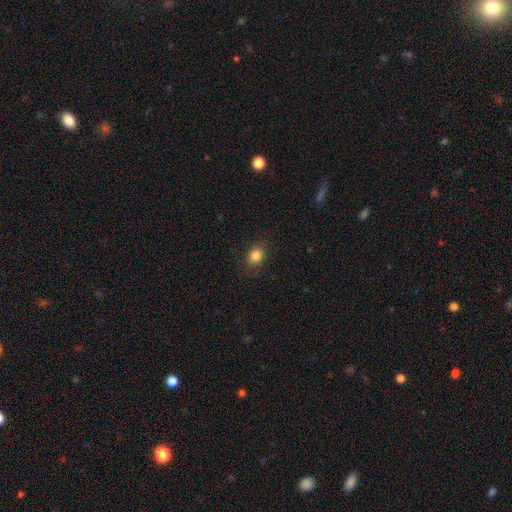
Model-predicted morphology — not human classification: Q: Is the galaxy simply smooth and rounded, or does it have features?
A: smooth — 85%.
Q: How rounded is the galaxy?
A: in between — 56%.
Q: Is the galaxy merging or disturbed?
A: none — 86%.